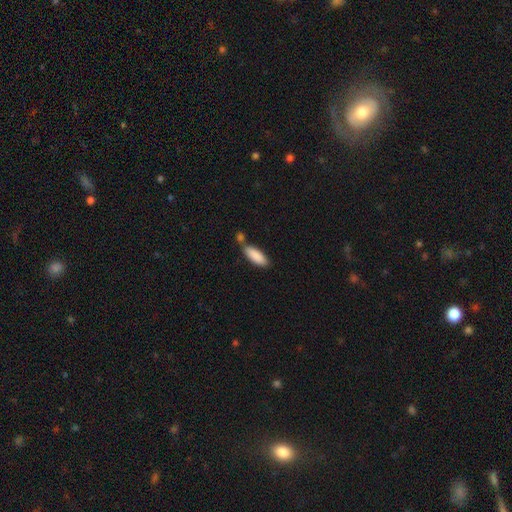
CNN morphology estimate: Q: Smooth or featured?
A: smooth (88%); runner-up: featured or disk (6%)
Q: How rounded?
A: in between (69%); runner-up: cigar-shaped (29%)
Q: Merging?
A: none (55%); runner-up: merger (26%)